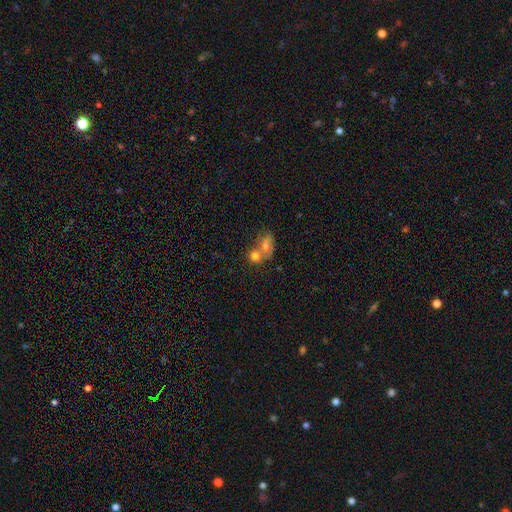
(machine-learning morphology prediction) Smooth or featured?
  - smooth: 73% *
  - featured or disk: 16%
  - star or artifact: 11%
How rounded?
  - round: 62% *
  - in between: 36%
  - cigar-shaped: 2%
Merging?
  - merger: 59% *
  - none: 29%
  - minor disturbance: 8%
  - major disturbance: 5%